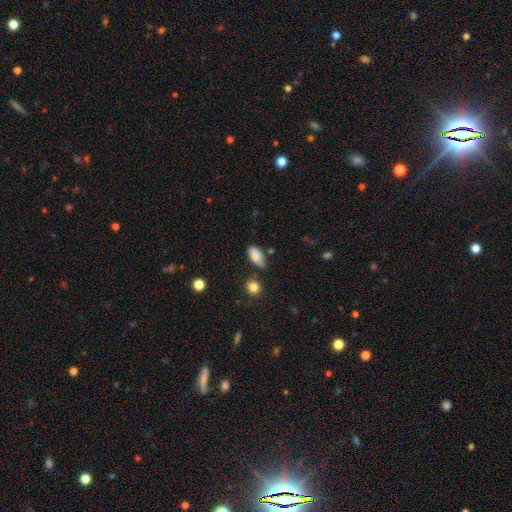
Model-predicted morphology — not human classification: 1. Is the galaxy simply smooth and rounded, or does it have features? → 82% smooth, 10% featured or disk, 8% star or artifact.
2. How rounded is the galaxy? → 90% in between, 6% cigar-shaped, 4% round.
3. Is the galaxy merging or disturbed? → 60% none, 29% minor disturbance, 6% major disturbance, 5% merger.